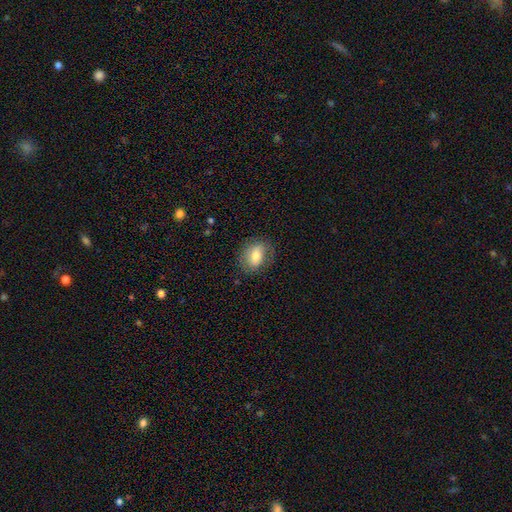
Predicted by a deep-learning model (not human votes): Overall: smooth (66%). How rounded: in between (66%; round 32%). Merging: none (77%).